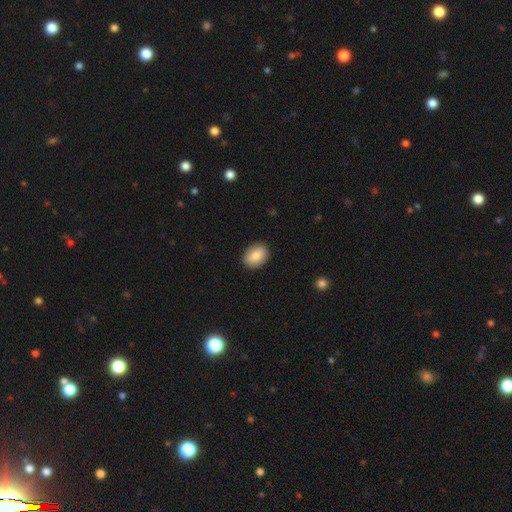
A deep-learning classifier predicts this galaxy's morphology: smooth 86%, star or artifact 7%, featured or disk 7%. Down the decision tree: how rounded — in between (77%); merging — none (89%).